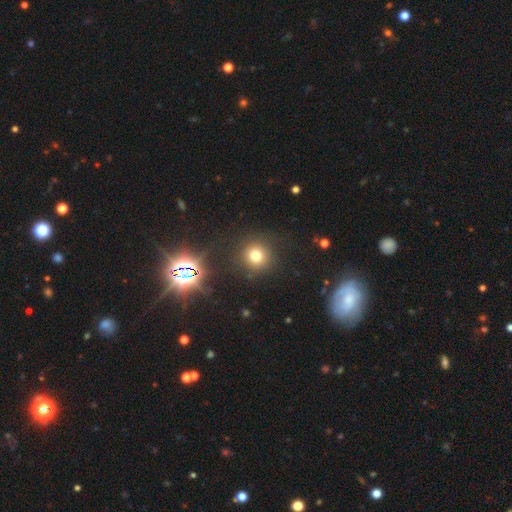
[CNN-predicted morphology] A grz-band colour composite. It shows a smooth galaxy with no disk features (71%) that is round (93%). Merging: none (88%).